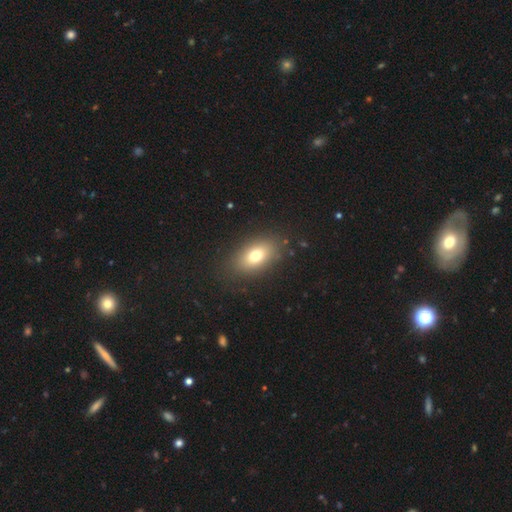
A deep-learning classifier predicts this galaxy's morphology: Smooth or featured: smooth — 73% (featured or disk — 16%)
How rounded: in between — 85% (round — 12%)
Merging: none — 85% (minor disturbance — 10%)